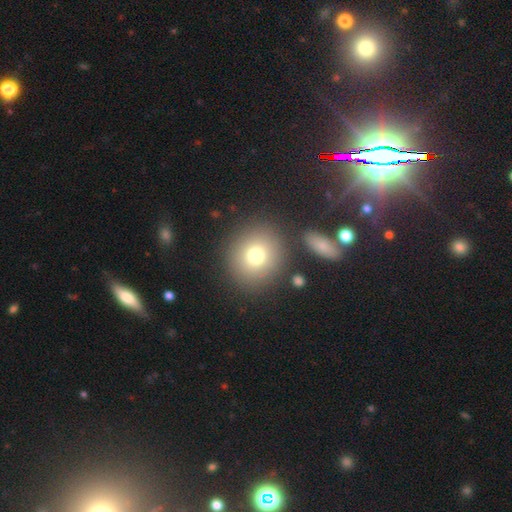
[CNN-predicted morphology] smooth_or_featured: smooth (p=0.75) [alt: star or artifact p=0.13]
how_rounded: round (p=0.84) [alt: in between p=0.15]
merging: none (p=0.83) [alt: minor disturbance p=0.08]